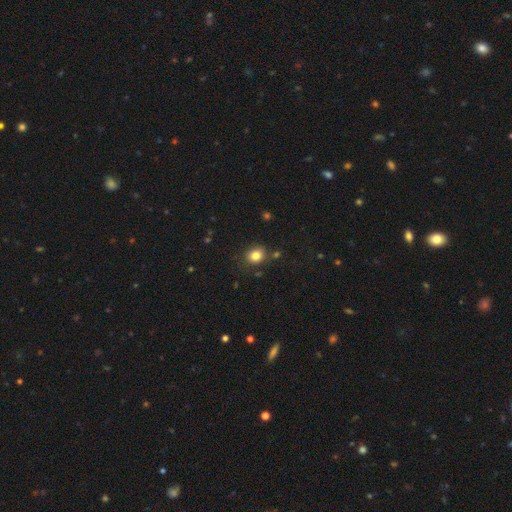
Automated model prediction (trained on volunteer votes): smooth 82%, star or artifact 11%, featured or disk 6%. Down the decision tree: how rounded — round (64%); merging — none (80%).